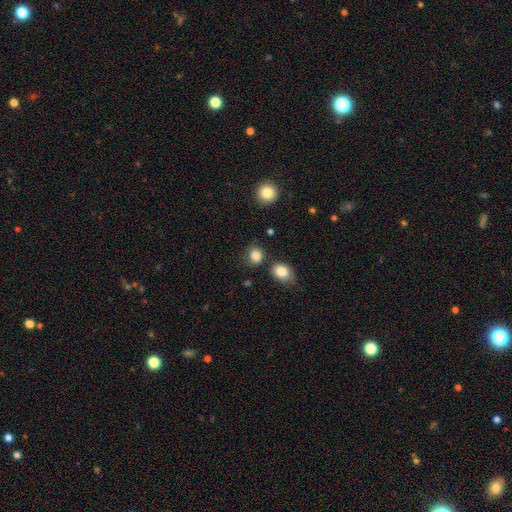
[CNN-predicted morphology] smooth 84%, star or artifact 11%, featured or disk 5%. Down the decision tree: how rounded — round (71%); merging — none (69%).